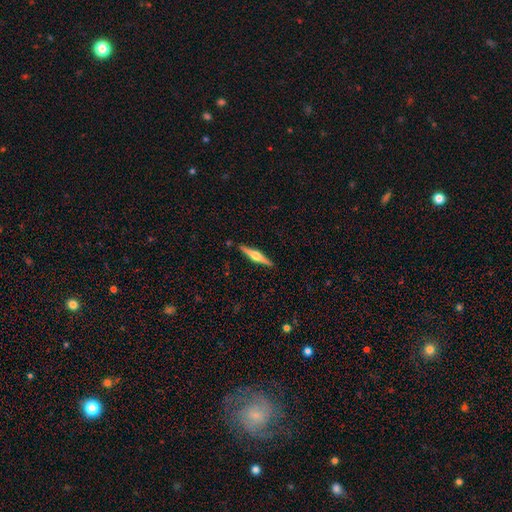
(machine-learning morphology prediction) type=featured or disk (74%); edge-on=yes (98%); edge-on bulge=rounded (93%); merging=none (90%).